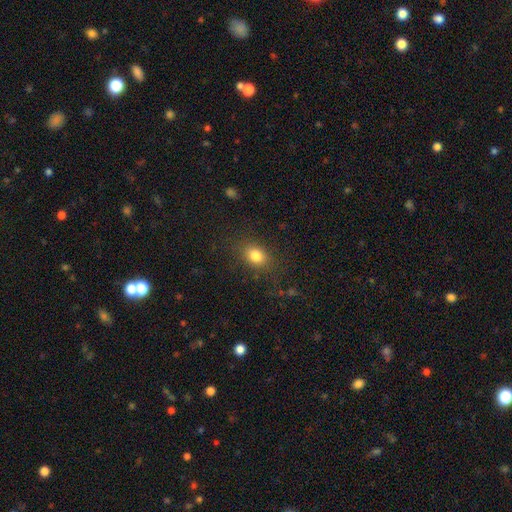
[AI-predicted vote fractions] This appears to be a smooth galaxy with no disk features (81%) that is in between round and cigar-shaped (60%). Merging: none (82%).